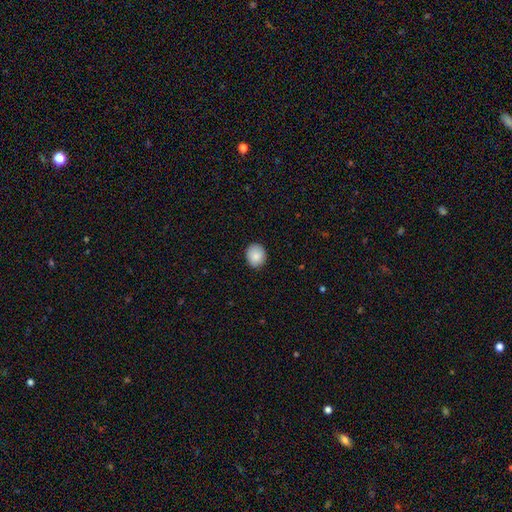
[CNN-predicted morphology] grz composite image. It shows a smooth galaxy with no disk features (86%) that is round (66%). Merging: none (89%).